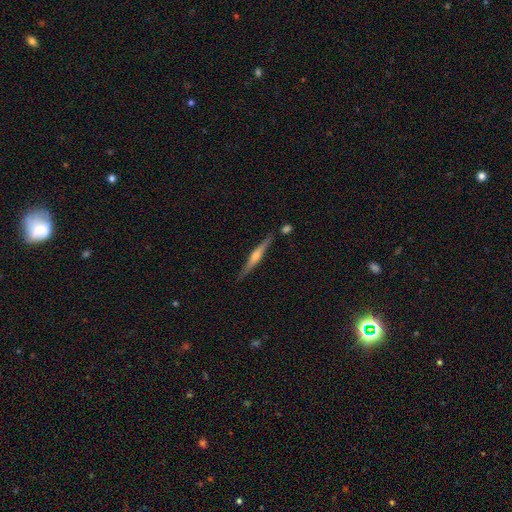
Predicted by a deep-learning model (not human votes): Smooth or featured? Predicted: featured or disk (p=0.68). Edge-on disk? Predicted: yes (p=0.97). Edge-on bulge? Predicted: rounded (p=0.83). Merging? Predicted: none (p=0.83).